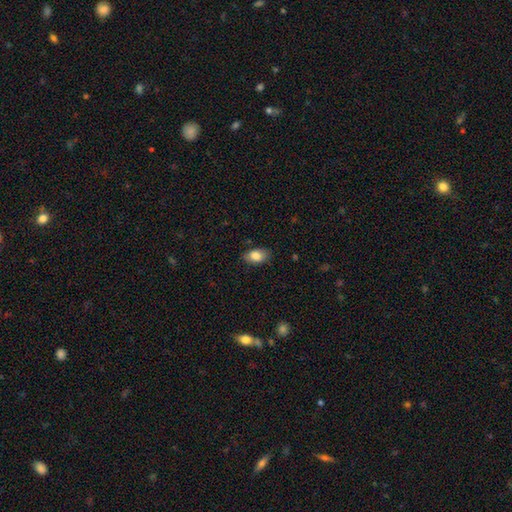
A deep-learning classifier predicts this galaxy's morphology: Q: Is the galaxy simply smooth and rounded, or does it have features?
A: smooth — 84%.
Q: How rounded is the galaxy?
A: in between — 90%.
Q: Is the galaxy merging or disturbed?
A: none — 83%.